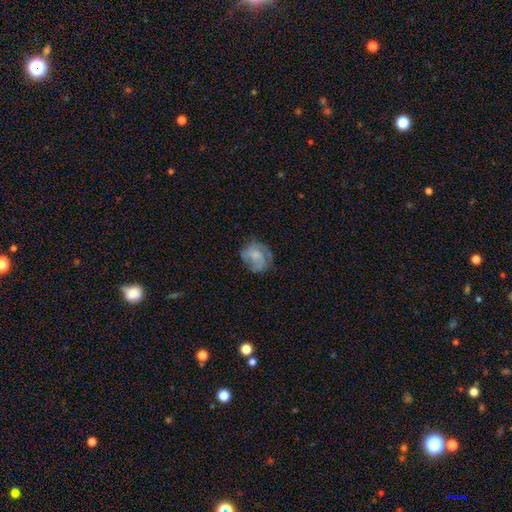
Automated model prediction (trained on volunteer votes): A featured or disk galaxy (47%). Merging: none (59%).